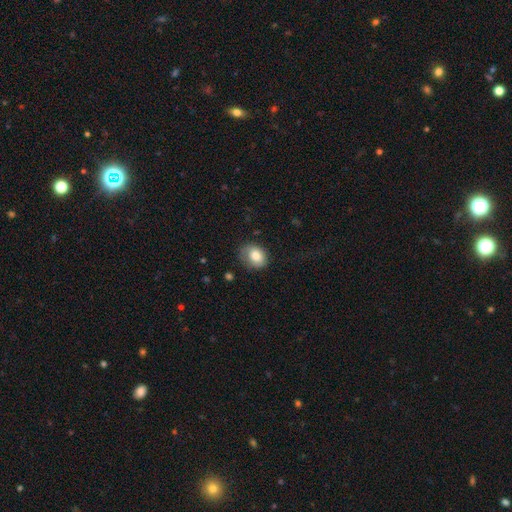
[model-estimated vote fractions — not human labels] Smooth or featured: smooth — 78% (featured or disk — 13%)
How rounded: in between — 50% (round — 49%)
Merging: none — 66% (minor disturbance — 25%)